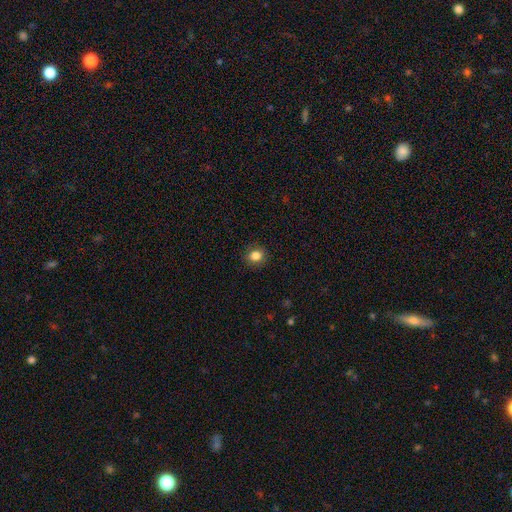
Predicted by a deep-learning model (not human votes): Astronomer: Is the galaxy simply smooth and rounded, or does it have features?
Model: smooth — 84%.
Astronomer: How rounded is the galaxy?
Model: round — 72%.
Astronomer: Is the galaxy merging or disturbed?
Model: none — 89%.